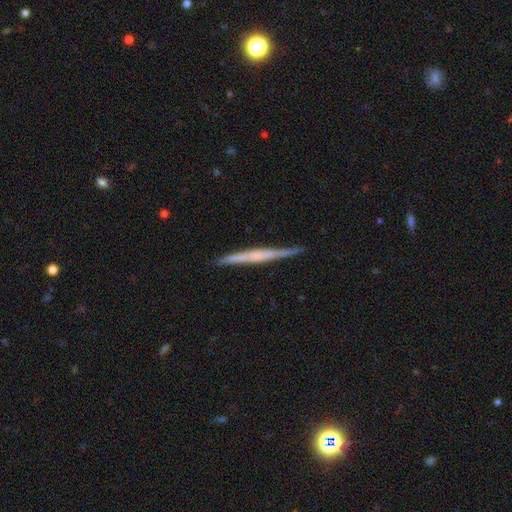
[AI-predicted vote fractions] This is likely a featured or disk galaxy (65%). It is clearly viewed edge-on (98%). Edge-on bulge: possibly none (55%). Merging: clearly none (88%).